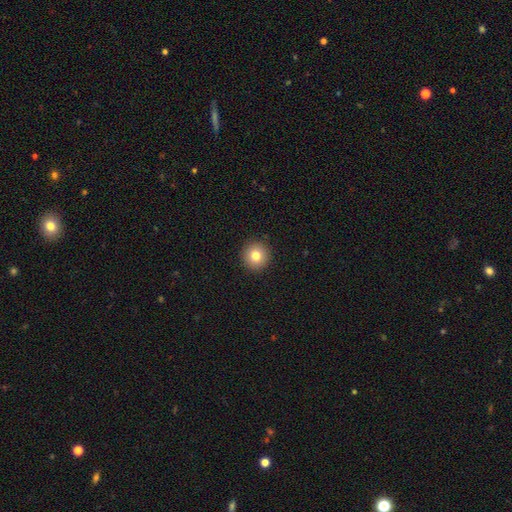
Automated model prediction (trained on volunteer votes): smooth 79%, star or artifact 11%, featured or disk 10%. Down the decision tree: how rounded — round (95%); merging — none (93%).